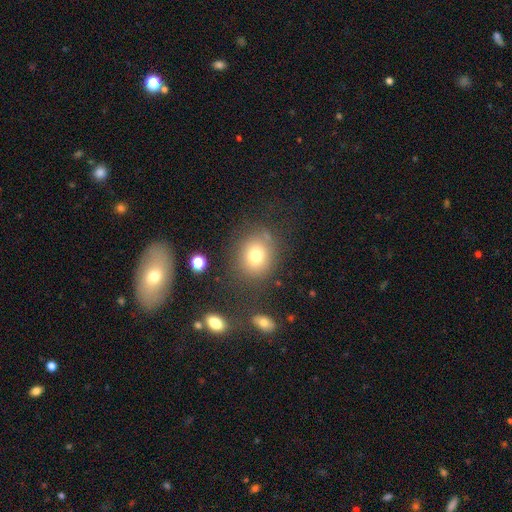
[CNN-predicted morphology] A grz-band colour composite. It shows a smooth galaxy with no disk features (75%) that is round (71%). Merging: none (77%).